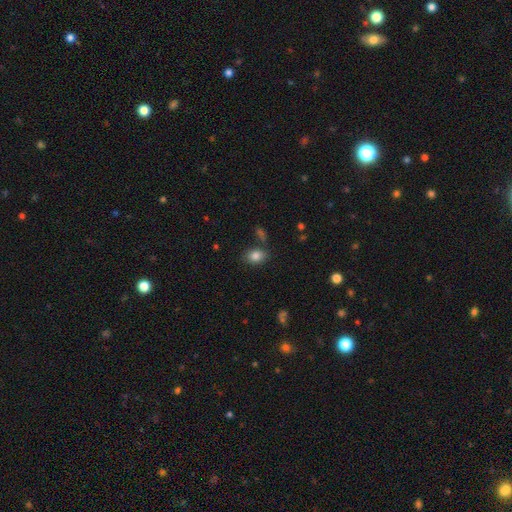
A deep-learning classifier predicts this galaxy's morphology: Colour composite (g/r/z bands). It shows a smooth galaxy with no disk features (83%) that is in between round and cigar-shaped (74%). Merging: none (76%).